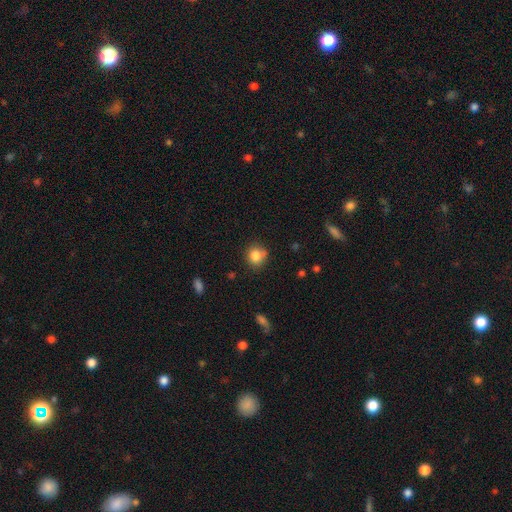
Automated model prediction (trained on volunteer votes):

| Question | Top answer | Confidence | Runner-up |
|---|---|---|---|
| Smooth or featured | smooth | 83% | star or artifact (11%) |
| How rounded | round | 85% | in between (14%) |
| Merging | none | 73% | minor disturbance (17%) |